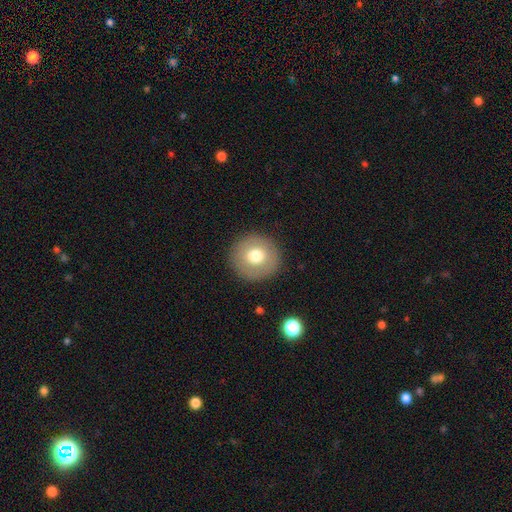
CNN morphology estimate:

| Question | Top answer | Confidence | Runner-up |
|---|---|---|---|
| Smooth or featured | smooth | 70% | featured or disk (21%) |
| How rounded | round | 95% | in between (4%) |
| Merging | none | 90% | minor disturbance (6%) |